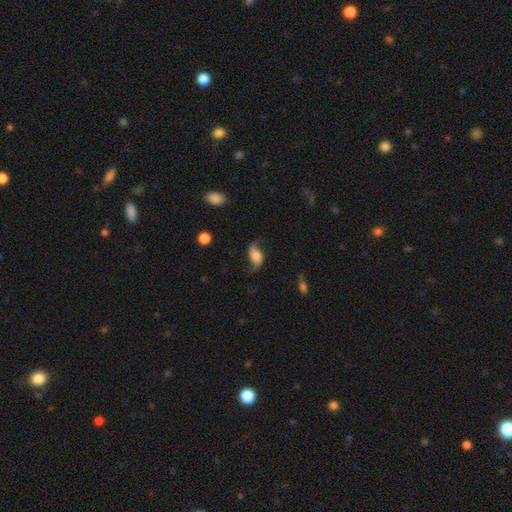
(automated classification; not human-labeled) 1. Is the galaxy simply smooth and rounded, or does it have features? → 53% featured or disk, 38% smooth, 9% star or artifact.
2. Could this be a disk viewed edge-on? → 92% no, 8% yes.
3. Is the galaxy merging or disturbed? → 63% none, 23% minor disturbance, 13% major disturbance, 2% merger.